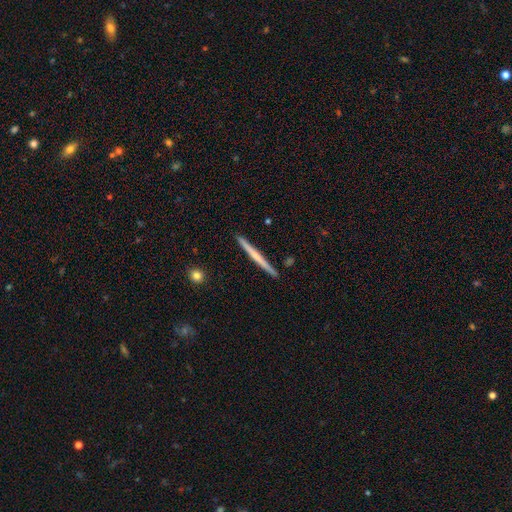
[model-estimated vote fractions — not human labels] Smooth or featured? Predicted: featured or disk (p=0.54). Edge-on disk? Predicted: yes (p=0.98). Edge-on bulge? Predicted: none (p=0.67). Merging? Predicted: none (p=0.92).